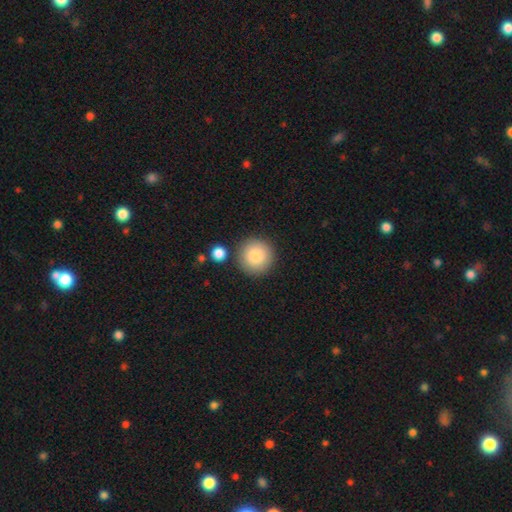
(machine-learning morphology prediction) The model was most divided on "merging": none: 85%, minor disturbance: 7%, merger: 6%, major disturbance: 2%. More confident: how rounded — round (96%); smooth or featured — smooth (86%).